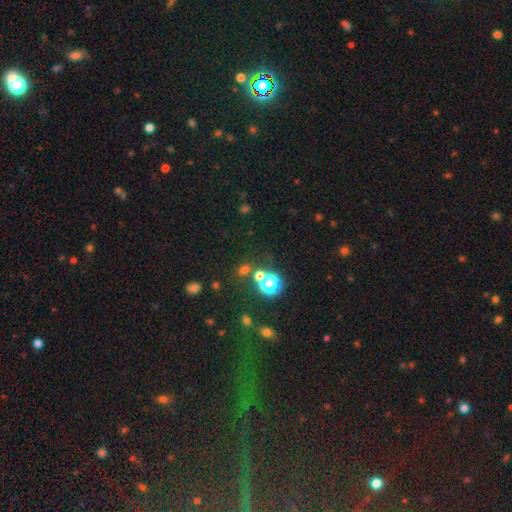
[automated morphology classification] Smooth or featured? Predicted: star or artifact (p=0.73).